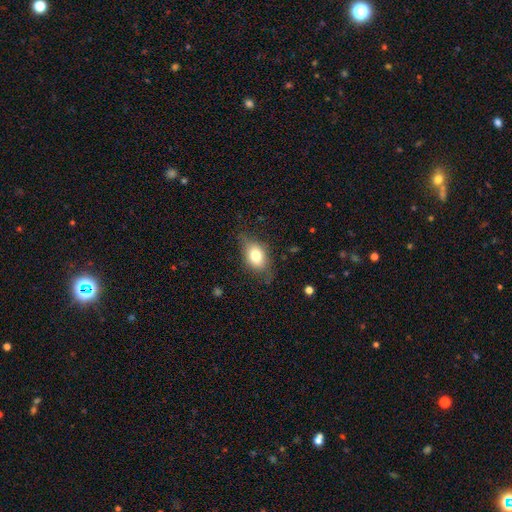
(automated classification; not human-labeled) A smooth galaxy with no disk features (74%) that is in between round and cigar-shaped (80%). Merging: none (65%).